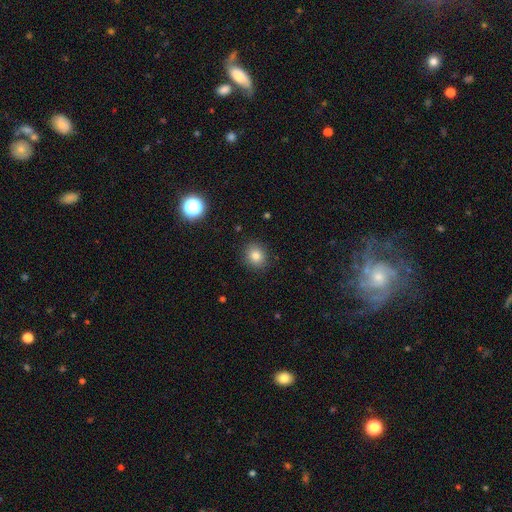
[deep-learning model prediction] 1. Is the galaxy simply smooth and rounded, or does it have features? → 81% smooth, 12% star or artifact, 7% featured or disk.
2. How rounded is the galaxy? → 78% round, 21% in between, 1% cigar-shaped.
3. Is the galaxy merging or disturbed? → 89% none, 7% minor disturbance, 2% major disturbance, 1% merger.